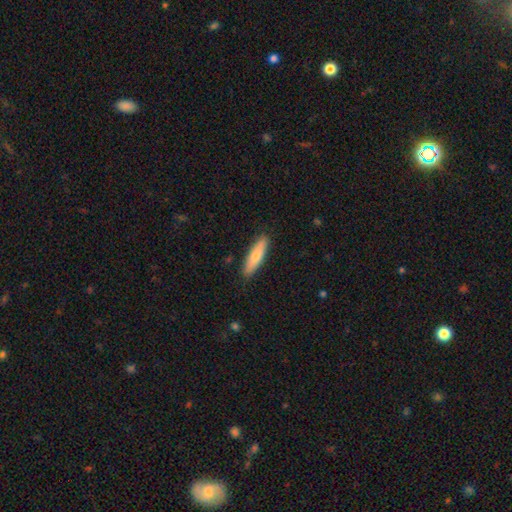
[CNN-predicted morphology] Overall: smooth (69%). How rounded: cigar-shaped (72%). Merging: none (89%).